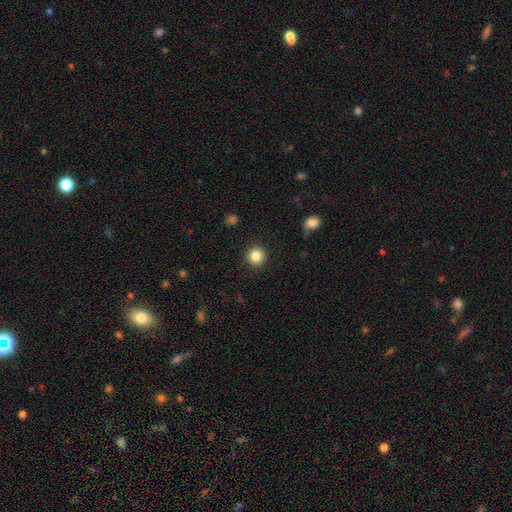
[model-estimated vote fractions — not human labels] A smooth galaxy with no disk features (85%) that is round (93%). Merging: none (90%).